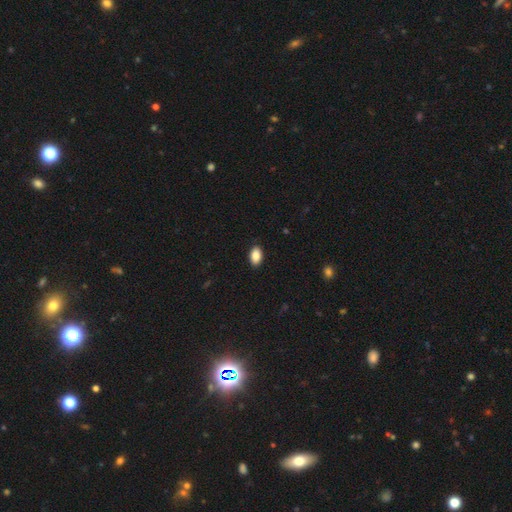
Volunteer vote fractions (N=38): Smooth or featured?
  - smooth: 97% *
  - star or artifact: 3%
  - featured or disk: 0%
How rounded?
  - in between: 89% *
  - round: 8%
  - cigar-shaped: 3%
Merging?
  - none: 89% *
  - minor disturbance: 8%
  - major disturbance: 3%
  - merger: 0%